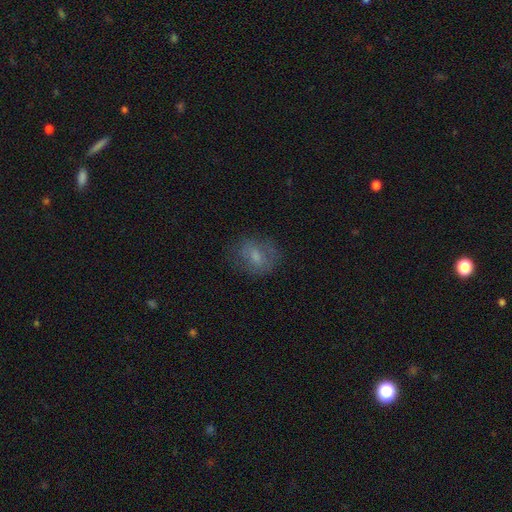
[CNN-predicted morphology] Smooth or featured?
  - smooth: 59% *
  - featured or disk: 29%
  - star or artifact: 11%
How rounded?
  - in between: 51% *
  - round: 47%
  - cigar-shaped: 2%
Merging?
  - none: 67% *
  - minor disturbance: 20%
  - major disturbance: 12%
  - merger: 1%